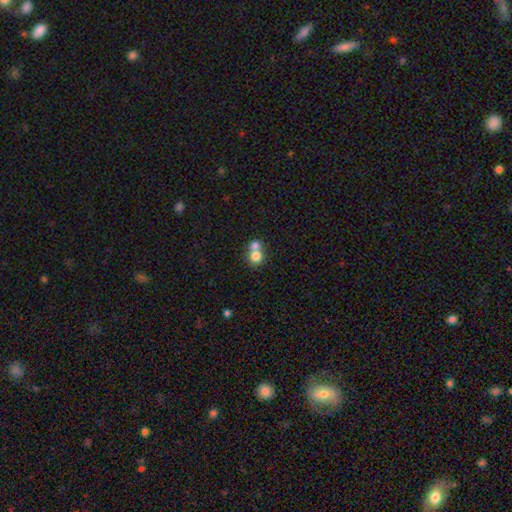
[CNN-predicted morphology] A smooth galaxy with no disk features (76%) that is round (82%). Merging: merger (60%).